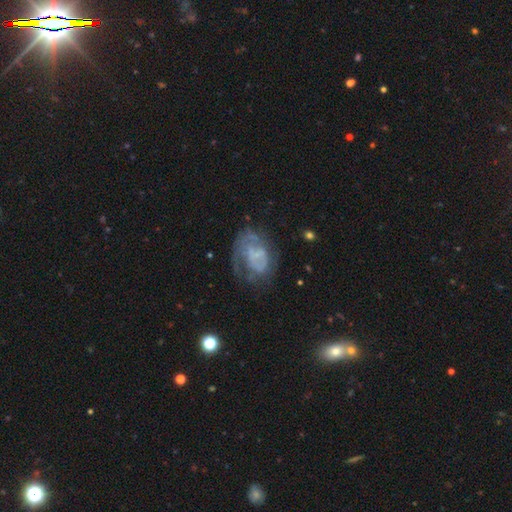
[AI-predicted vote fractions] Overall: featured or disk (64%; smooth 26%). Edge-on disk: no (97%). Bar: no (73%). Spiral arms: yes (55%; no 45%). Bulge size: none (60%; small 24%). Merging: none (42%; major disturbance 31%).